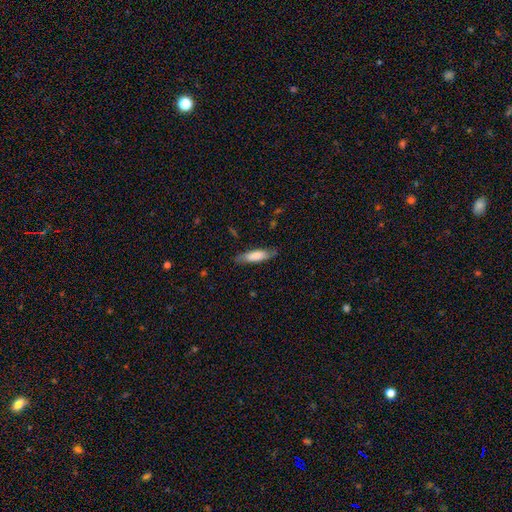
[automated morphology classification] Smooth or featured: smooth — 74% (featured or disk — 20%)
How rounded: cigar-shaped — 52% (in between — 46%)
Merging: none — 75% (minor disturbance — 19%)